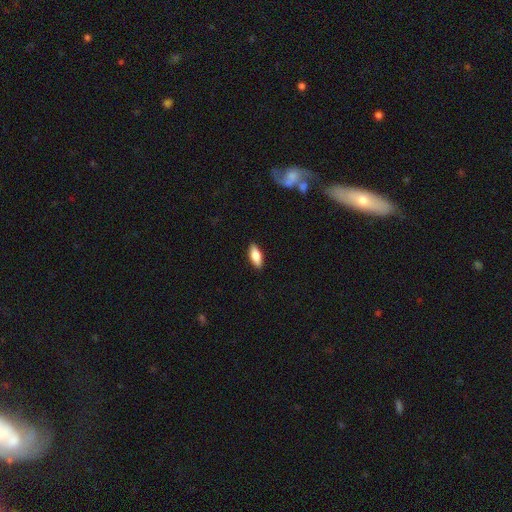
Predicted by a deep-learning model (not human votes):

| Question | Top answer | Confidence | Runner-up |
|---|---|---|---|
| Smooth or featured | smooth | 79% | featured or disk (15%) |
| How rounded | in between | 78% | cigar-shaped (20%) |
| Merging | none | 89% | minor disturbance (9%) |